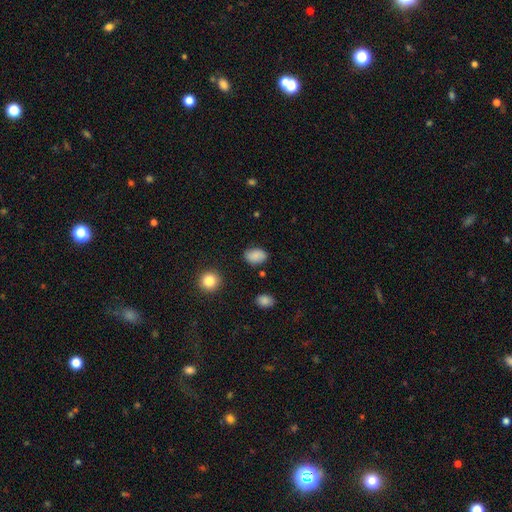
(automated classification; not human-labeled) This is clearly a smooth galaxy (83%). How rounded: clearly in between (81%). Merging: likely none (79%).